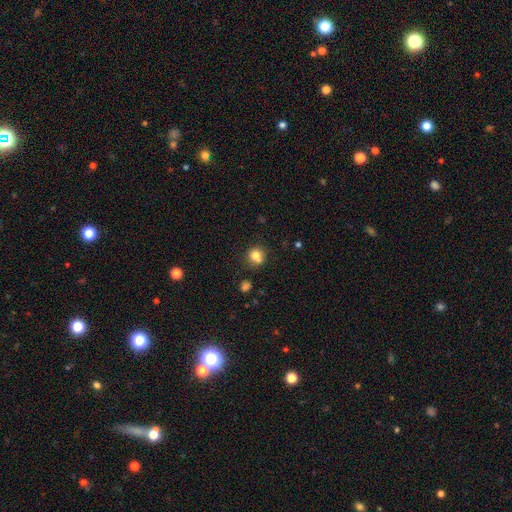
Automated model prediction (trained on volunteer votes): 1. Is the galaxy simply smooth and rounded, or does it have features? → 77% smooth, 12% star or artifact, 11% featured or disk.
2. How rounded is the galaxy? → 86% round, 13% in between, 1% cigar-shaped.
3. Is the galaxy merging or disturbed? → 64% none, 17% merger, 14% minor disturbance, 4% major disturbance.